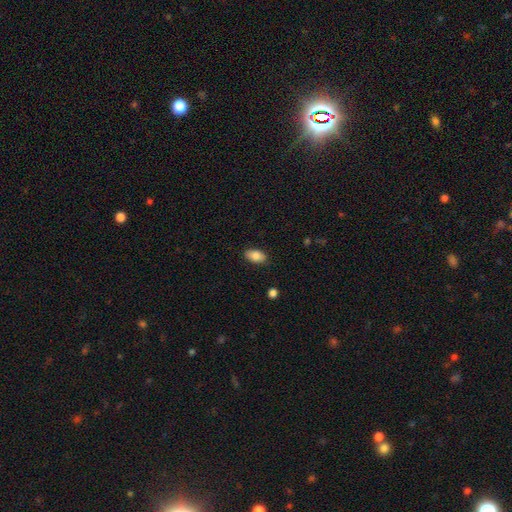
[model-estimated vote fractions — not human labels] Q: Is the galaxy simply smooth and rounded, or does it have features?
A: smooth — 84%.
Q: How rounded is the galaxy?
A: in between — 92%.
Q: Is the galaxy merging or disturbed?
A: none — 86%.